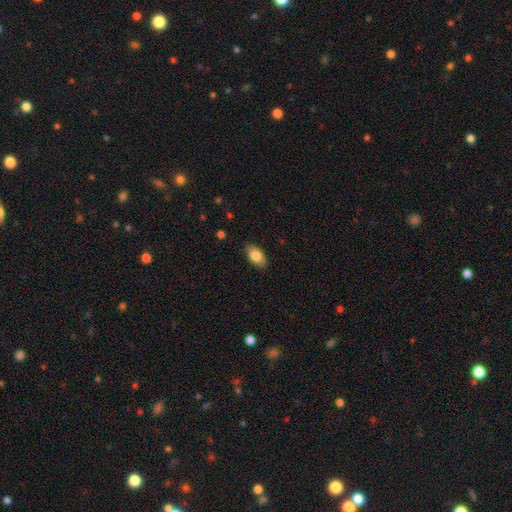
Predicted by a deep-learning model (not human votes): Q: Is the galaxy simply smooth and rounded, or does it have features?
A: smooth — 82%.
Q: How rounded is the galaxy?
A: in between — 92%.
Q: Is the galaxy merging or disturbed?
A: none — 87%.